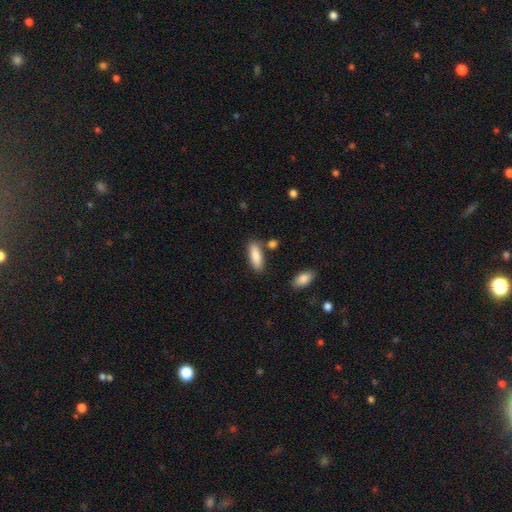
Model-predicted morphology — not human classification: type=smooth (86%); roundness=in between (60%); merging=none (77%).